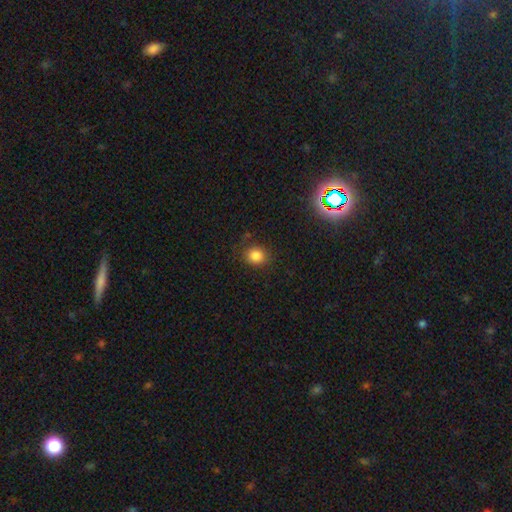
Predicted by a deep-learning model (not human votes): Q: Smooth or featured?
A: smooth (83%); runner-up: star or artifact (12%)
Q: How rounded?
A: round (77%); runner-up: in between (22%)
Q: Merging?
A: none (83%); runner-up: minor disturbance (11%)